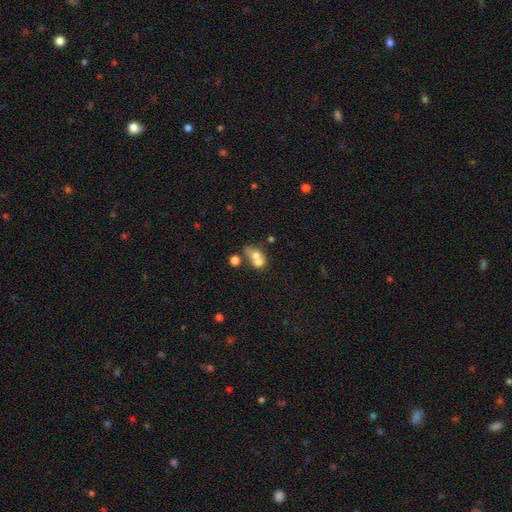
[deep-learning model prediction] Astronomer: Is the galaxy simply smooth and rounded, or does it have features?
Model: smooth — 62%.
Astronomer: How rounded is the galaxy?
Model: round — 52% (runner-up: in between, 46%).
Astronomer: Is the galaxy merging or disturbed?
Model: merger — 65%.